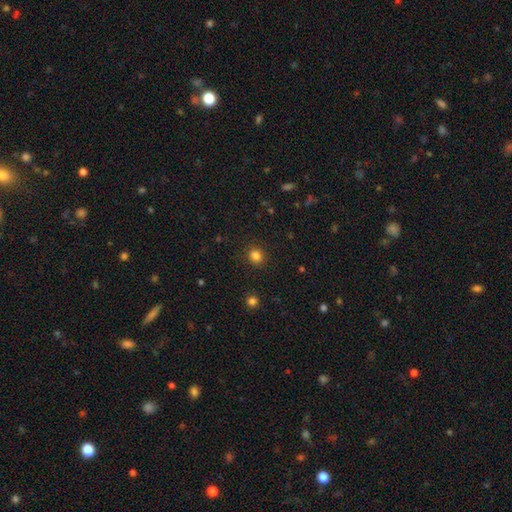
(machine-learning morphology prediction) Q: Smooth or featured?
A: smooth (83%); runner-up: star or artifact (13%)
Q: How rounded?
A: round (84%); runner-up: in between (15%)
Q: Merging?
A: none (90%); runner-up: minor disturbance (6%)